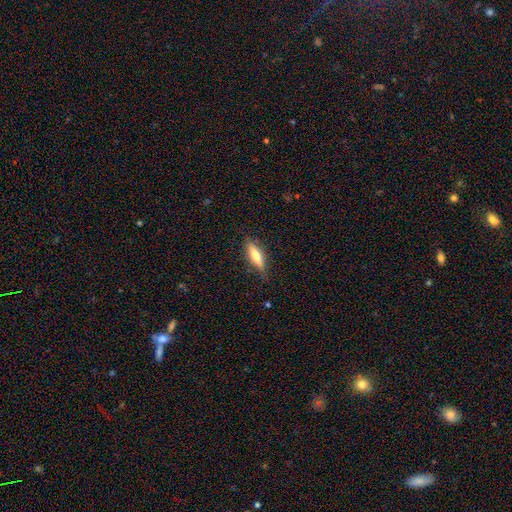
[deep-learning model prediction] Morphology: type=smooth (62%); roundness=cigar-shaped (66%); merging=none (83%).